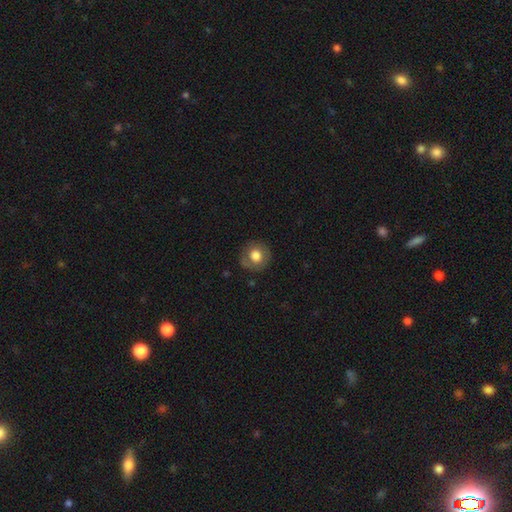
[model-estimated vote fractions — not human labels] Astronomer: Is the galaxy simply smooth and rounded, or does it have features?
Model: smooth — 73%.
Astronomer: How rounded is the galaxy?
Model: round — 89%.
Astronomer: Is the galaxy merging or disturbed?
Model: none — 83%.